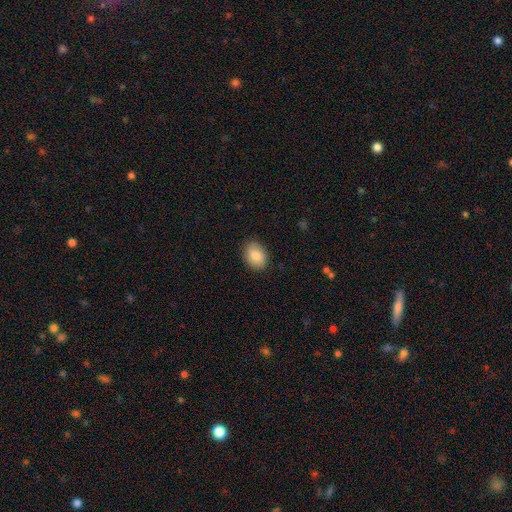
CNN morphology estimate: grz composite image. It shows a smooth galaxy with no disk features (83%) that is in between round and cigar-shaped (69%). Merging: none (86%).